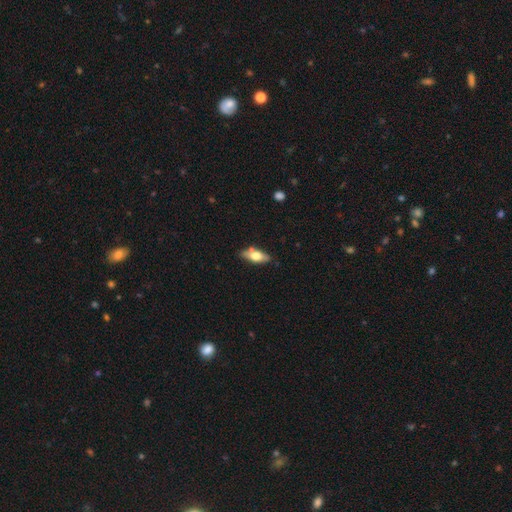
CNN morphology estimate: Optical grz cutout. It shows a smooth galaxy with no disk features (61%) that is in between round and cigar-shaped (75%). Merging: none (76%).